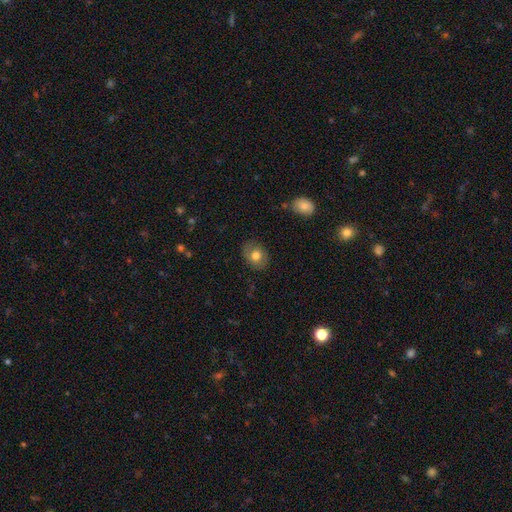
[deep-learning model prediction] This appears to be a smooth galaxy with no disk features (72%) that is in between round and cigar-shaped (50%). Merging: none (84%).